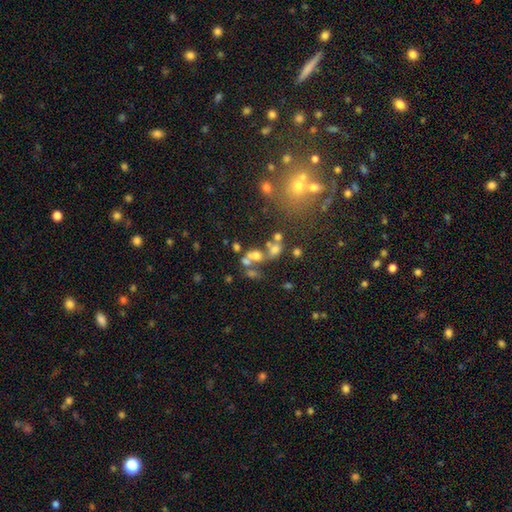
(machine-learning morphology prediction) smooth-or-featured: smooth: 49% | featured or disk: 29% | star or artifact: 22%
  merging: merger: 48% | none: 31% | major disturbance: 11% | minor disturbance: 10%